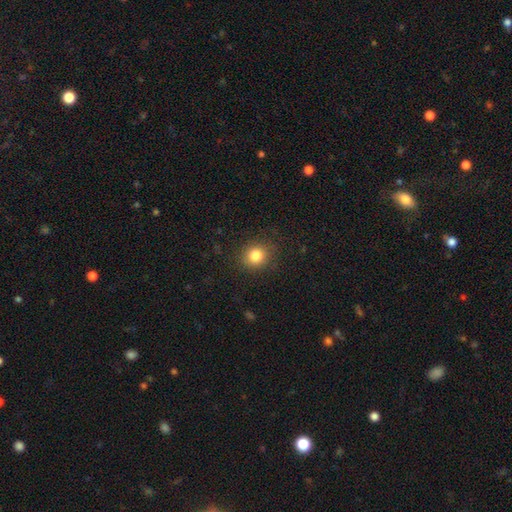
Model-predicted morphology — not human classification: smooth-or-featured: smooth: 83% | star or artifact: 11% | featured or disk: 6%
  how-rounded: round: 80% | in between: 19% | cigar-shaped: 1%
  merging: none: 88% | minor disturbance: 8% | major disturbance: 3% | merger: 1%